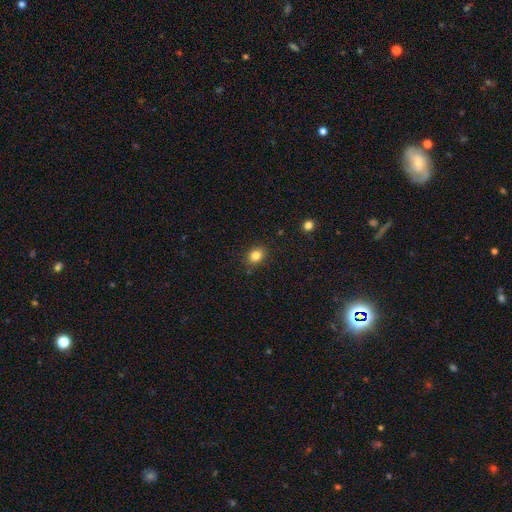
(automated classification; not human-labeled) Q: Smooth or featured?
A: smooth (83%); runner-up: star or artifact (11%)
Q: How rounded?
A: in between (51%); runner-up: round (49%)
Q: Merging?
A: none (86%); runner-up: minor disturbance (10%)